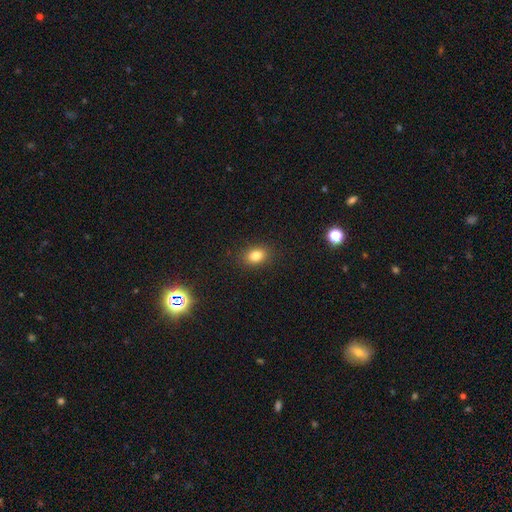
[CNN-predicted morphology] type=smooth (81%); roundness=in between (69%); merging=none (88%).